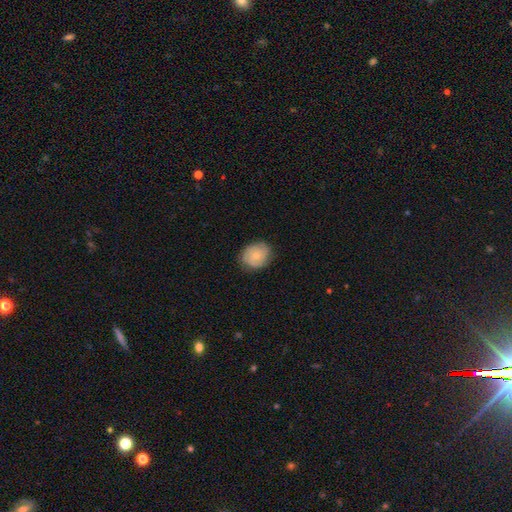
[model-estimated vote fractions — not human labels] Overall: smooth (62%; featured or disk 31%). How rounded: round (60%; in between 39%). Merging: none (78%).